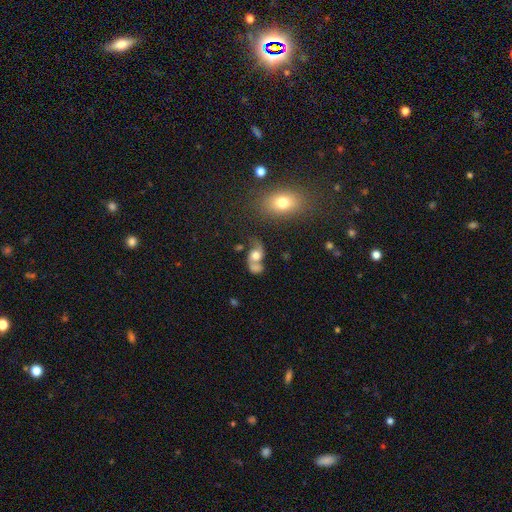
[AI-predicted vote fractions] Q: Smooth or featured?
A: featured or disk (51%); runner-up: smooth (38%)
Q: Edge-on disk?
A: no (94%); runner-up: yes (6%)
Q: Merging?
A: merger (44%); runner-up: none (30%)